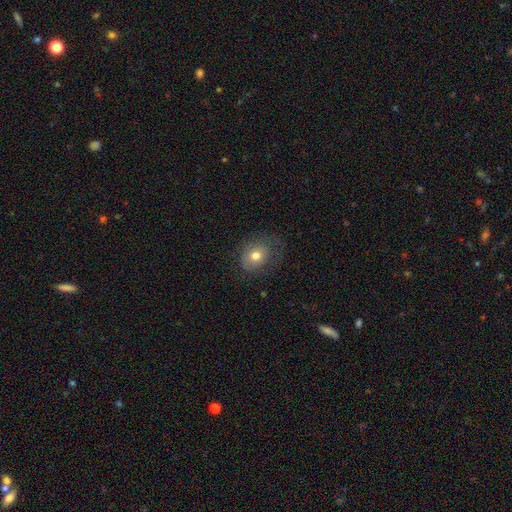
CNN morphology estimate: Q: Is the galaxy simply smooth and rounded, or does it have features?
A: smooth — 72%.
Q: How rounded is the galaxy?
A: round — 52%.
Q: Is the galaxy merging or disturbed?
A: none — 59%.